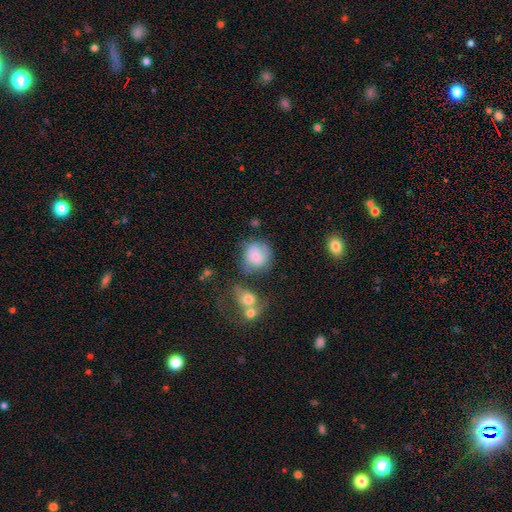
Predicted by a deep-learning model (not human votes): Smooth or featured? Predicted: smooth (p=0.48). Merging? Predicted: none (p=0.51).